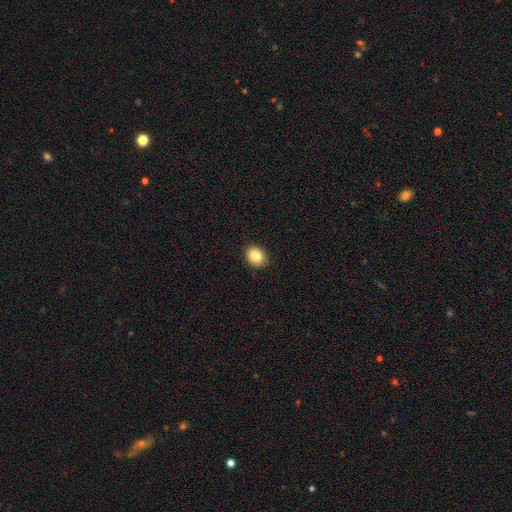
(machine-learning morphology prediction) smooth-or-featured: smooth: 85% | star or artifact: 9% | featured or disk: 6%
  how-rounded: in between: 50% | round: 49% | cigar-shaped: 1%
  merging: none: 91% | minor disturbance: 6% | major disturbance: 2% | merger: 1%